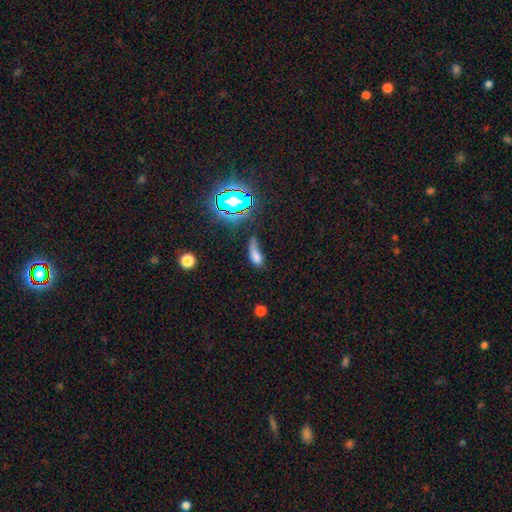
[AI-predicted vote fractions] smooth 65%, star or artifact 18%, featured or disk 16%. Down the decision tree: how rounded — in between (68%); merging — major disturbance (31%).